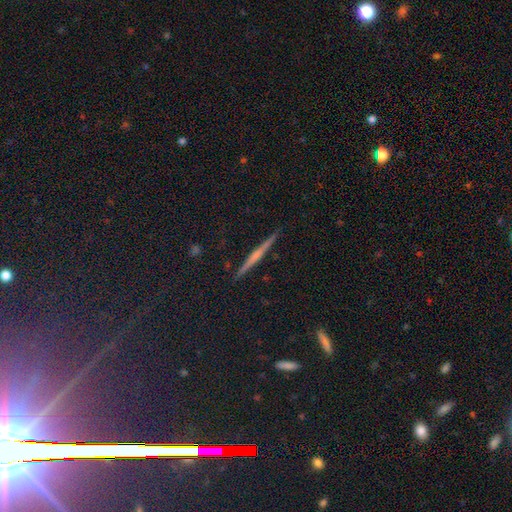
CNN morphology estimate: featured or disk 62%, smooth 24%, star or artifact 14%. Down the decision tree: edge-on disk — yes (98%); edge-on bulge — rounded (50%); merging — none (92%).